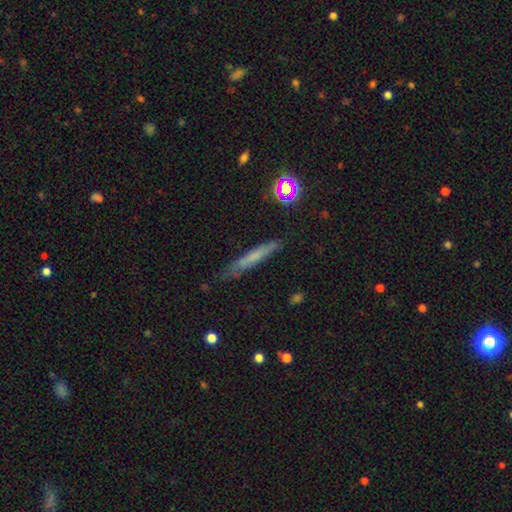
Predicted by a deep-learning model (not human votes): Smooth or featured? Predicted: smooth (p=0.58). How rounded? Predicted: cigar-shaped (p=0.92). Merging? Predicted: none (p=0.74).